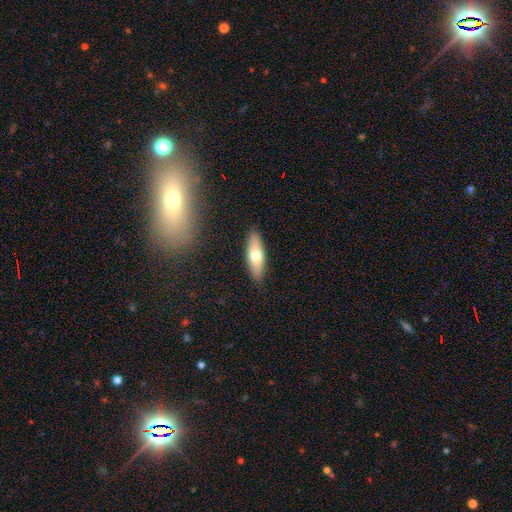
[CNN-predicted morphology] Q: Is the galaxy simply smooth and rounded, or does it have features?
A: smooth — 68%.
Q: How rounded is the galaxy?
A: in between — 56%.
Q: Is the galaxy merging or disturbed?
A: none — 89%.